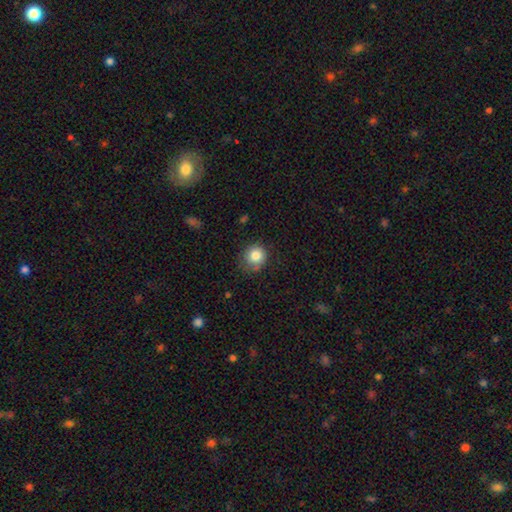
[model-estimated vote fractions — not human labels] A smooth galaxy with no disk features (84%) that is round (87%). Merging: none (69%).